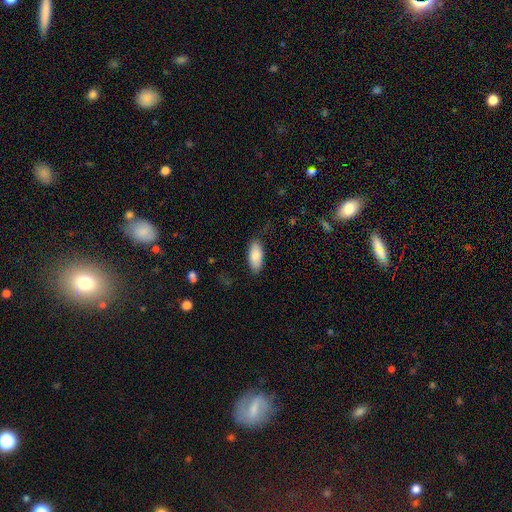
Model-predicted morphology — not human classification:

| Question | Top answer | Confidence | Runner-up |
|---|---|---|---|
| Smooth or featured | smooth | 84% | featured or disk (10%) |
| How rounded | in between | 88% | cigar-shaped (10%) |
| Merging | none | 80% | minor disturbance (15%) |